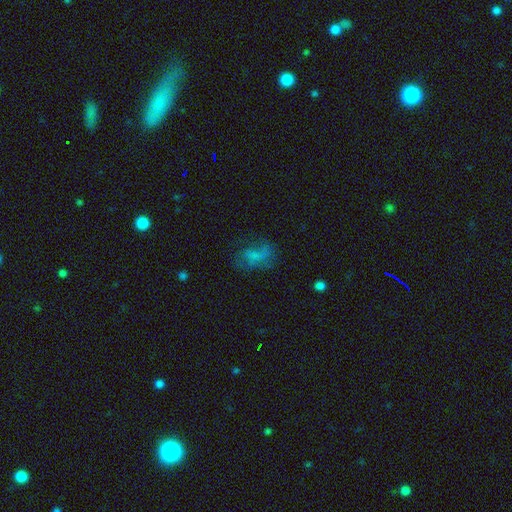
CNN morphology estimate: Smooth or featured?
  - smooth: 50% *
  - featured or disk: 34%
  - star or artifact: 16%
How rounded?
  - in between: 81% *
  - round: 16%
  - cigar-shaped: 4%
Merging?
  - none: 45% *
  - major disturbance: 29%
  - minor disturbance: 23%
  - merger: 3%